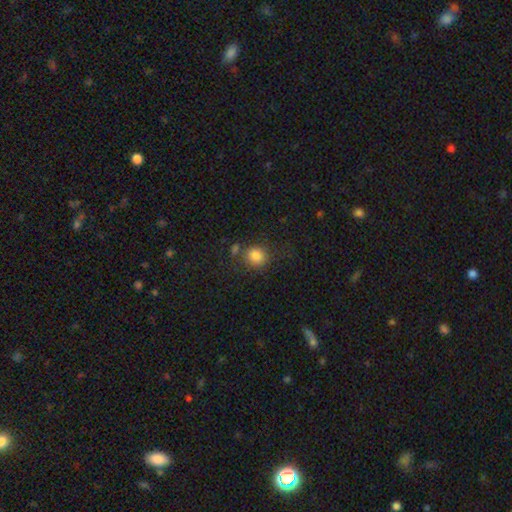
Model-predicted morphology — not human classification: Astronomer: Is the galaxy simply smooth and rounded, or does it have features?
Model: smooth — 84%.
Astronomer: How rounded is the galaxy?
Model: round — 79%.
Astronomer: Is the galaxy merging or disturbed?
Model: none — 68%.